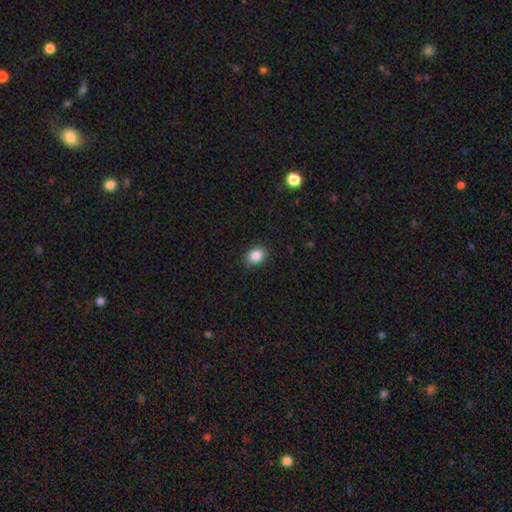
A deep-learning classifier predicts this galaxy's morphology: Smooth or featured? smooth (86%)
How rounded? in between (60%)
Merging? none (87%)